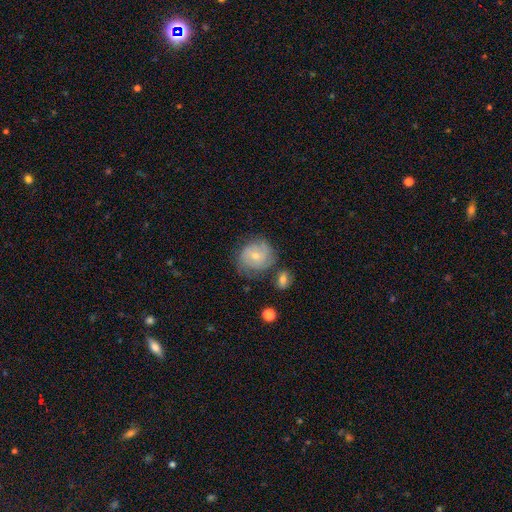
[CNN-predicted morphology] Smooth or featured? Predicted: featured or disk (p=0.54). Edge-on disk? Predicted: no (p=0.97). Bar? Predicted: no (p=0.70). Spiral arms? Predicted: yes (p=0.81). Bulge size? Predicted: small (p=0.61). Merging? Predicted: none (p=0.64).